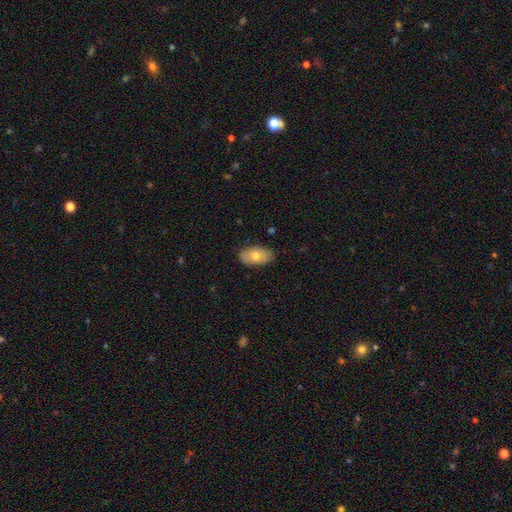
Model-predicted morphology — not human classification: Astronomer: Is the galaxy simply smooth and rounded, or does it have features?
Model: smooth — 72%.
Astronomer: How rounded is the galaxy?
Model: in between — 93%.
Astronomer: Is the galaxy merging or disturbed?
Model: none — 85%.